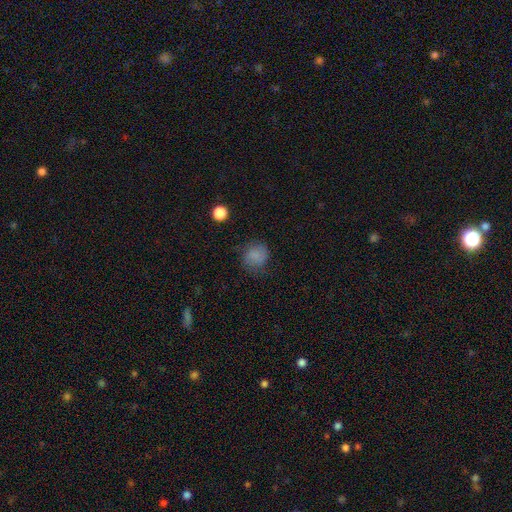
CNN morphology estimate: This is likely a smooth galaxy (75%). How rounded: likely round (77%). Merging: likely none (71%).